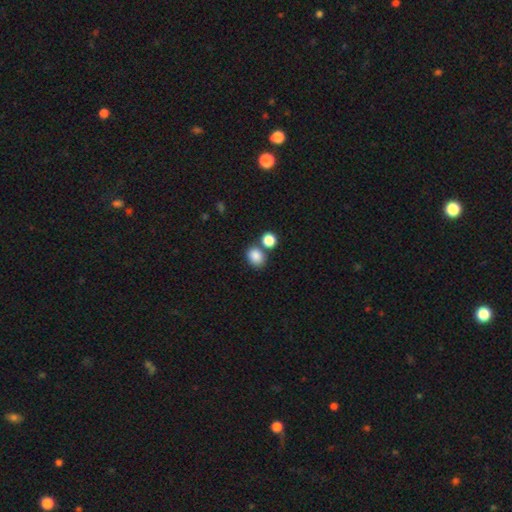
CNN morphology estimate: This appears to be a smooth galaxy with no disk features (85%) that is round (54%). Merging: none (64%).